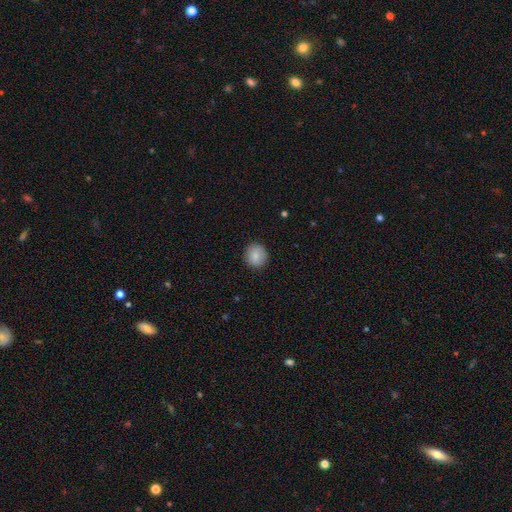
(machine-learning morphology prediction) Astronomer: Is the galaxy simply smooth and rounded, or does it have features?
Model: smooth — 86%.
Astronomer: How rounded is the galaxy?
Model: round — 88%.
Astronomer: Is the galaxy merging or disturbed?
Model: none — 89%.